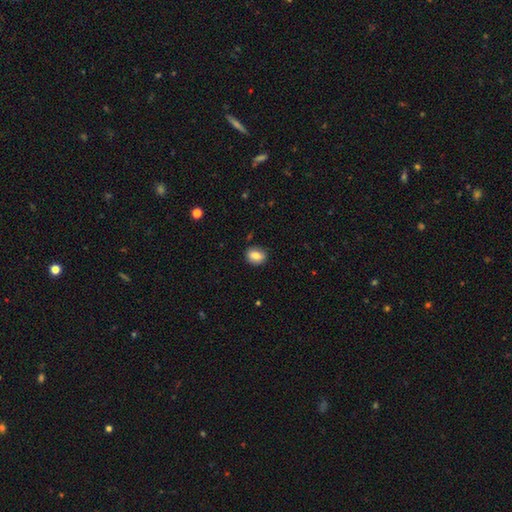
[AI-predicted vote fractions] smooth 79%, featured or disk 13%, star or artifact 9%. Down the decision tree: how rounded — in between (50%); merging — none (85%).